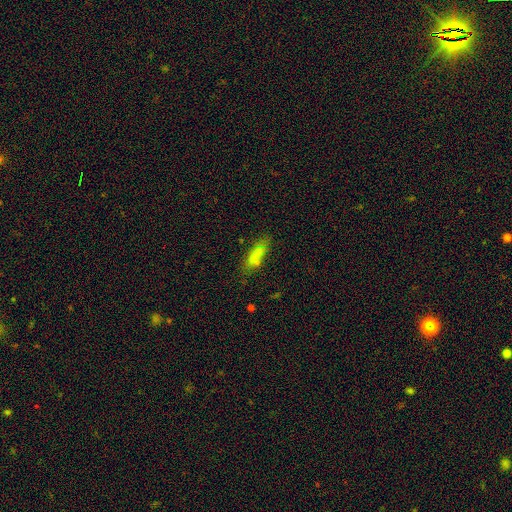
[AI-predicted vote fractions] Smooth or featured? Predicted: smooth (p=0.75). How rounded? Predicted: cigar-shaped (p=0.56). Merging? Predicted: none (p=0.67).